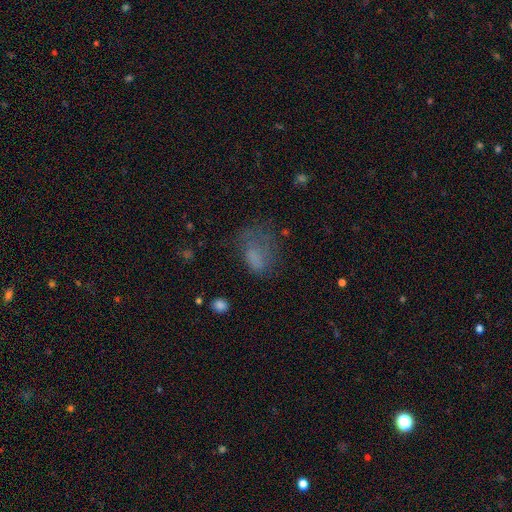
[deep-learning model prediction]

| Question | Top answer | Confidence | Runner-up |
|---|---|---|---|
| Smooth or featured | smooth | 63% | featured or disk (20%) |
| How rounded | in between | 77% | round (20%) |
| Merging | major disturbance | 41% | none (32%) |